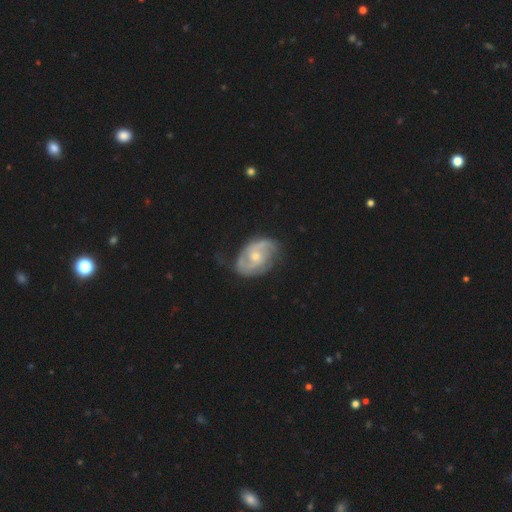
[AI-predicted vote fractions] Smooth or featured? Predicted: featured or disk (p=0.85). Edge-on disk? Predicted: no (p=0.97). Bar? Predicted: no (p=0.59). Spiral arms? Predicted: yes (p=0.95). Spiral winding? Predicted: medium (p=0.46). Spiral arm count? Predicted: 2 (p=0.77). Bulge size? Predicted: moderate (p=0.57). Merging? Predicted: none (p=0.68).